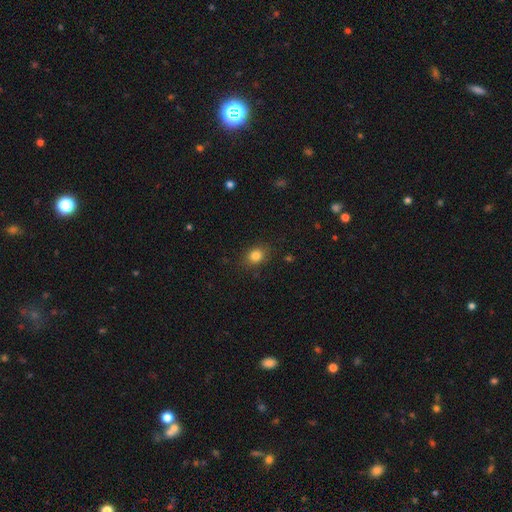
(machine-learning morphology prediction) smooth-or-featured: smooth: 83% | star or artifact: 11% | featured or disk: 6%
  how-rounded: in between: 52% | round: 47% | cigar-shaped: 1%
  merging: none: 84% | minor disturbance: 11% | major disturbance: 3% | merger: 1%